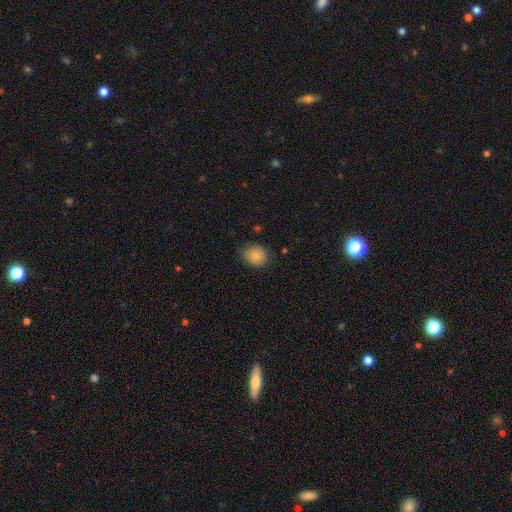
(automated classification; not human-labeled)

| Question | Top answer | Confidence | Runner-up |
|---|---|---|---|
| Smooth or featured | smooth | 85% | star or artifact (9%) |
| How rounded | round | 67% | in between (32%) |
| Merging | none | 82% | minor disturbance (14%) |